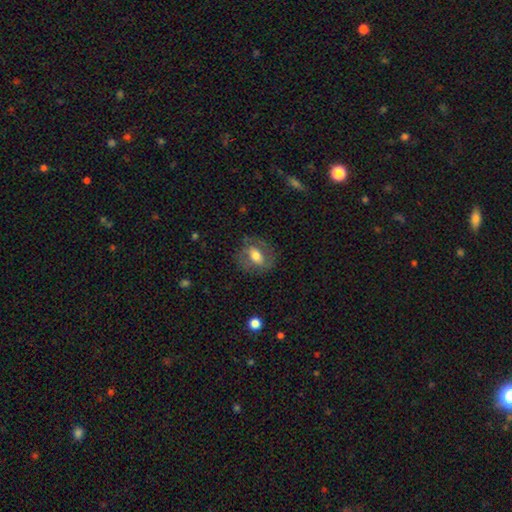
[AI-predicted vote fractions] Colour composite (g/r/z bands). It shows a smooth galaxy with no disk features (52%) that is in between round and cigar-shaped (64%). Merging: none (72%).